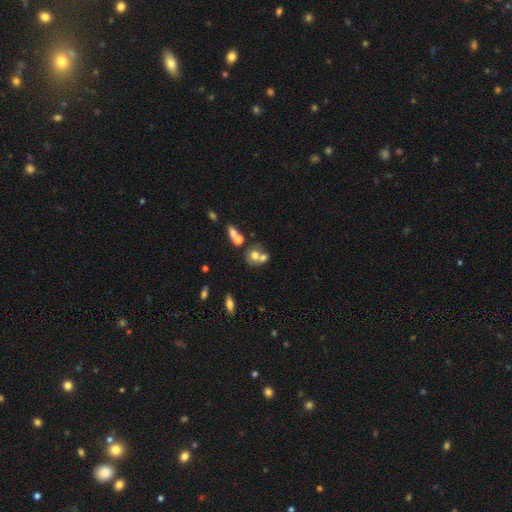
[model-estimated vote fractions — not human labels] Smooth or featured: smooth — 62% (featured or disk — 25%)
How rounded: round — 71% (in between — 28%)
Merging: merger — 54% (none — 33%)